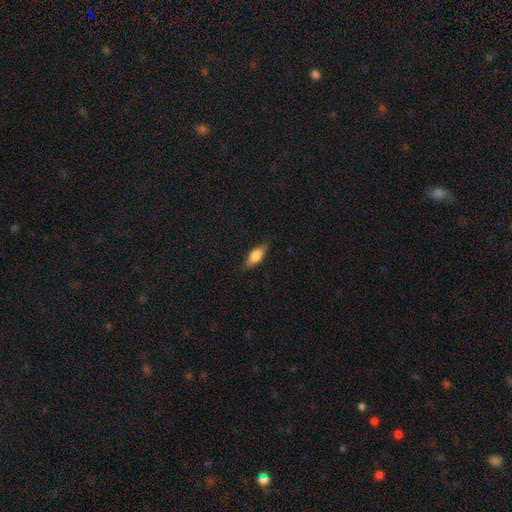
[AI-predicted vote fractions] smooth 75%, featured or disk 18%, star or artifact 7%. Down the decision tree: how rounded — in between (76%); merging — none (82%).